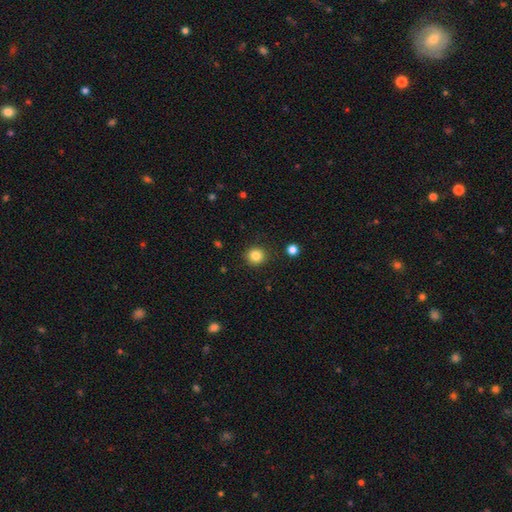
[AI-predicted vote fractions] smooth-or-featured: smooth: 84% | star or artifact: 11% | featured or disk: 5%
  how-rounded: round: 90% | in between: 9% | cigar-shaped: 1%
  merging: none: 90% | minor disturbance: 6% | major disturbance: 2% | merger: 2%